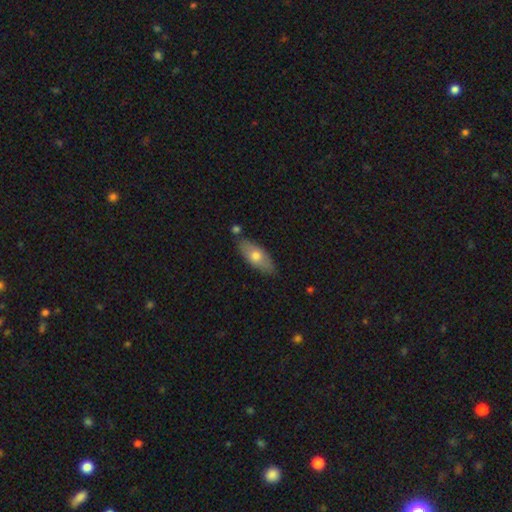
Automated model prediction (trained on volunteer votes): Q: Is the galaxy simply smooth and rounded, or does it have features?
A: smooth — 65%.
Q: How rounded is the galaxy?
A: in between — 78%.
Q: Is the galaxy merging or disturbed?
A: none — 79%.